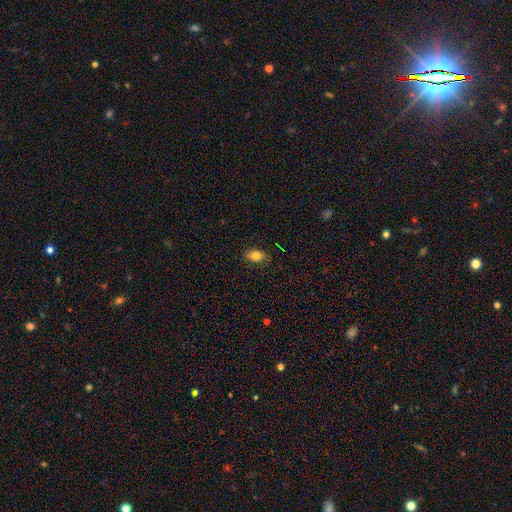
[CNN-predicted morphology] Smooth or featured?
  - smooth: 84% *
  - star or artifact: 10%
  - featured or disk: 7%
How rounded?
  - in between: 85% *
  - round: 13%
  - cigar-shaped: 2%
Merging?
  - none: 83% *
  - minor disturbance: 13%
  - major disturbance: 3%
  - merger: 1%